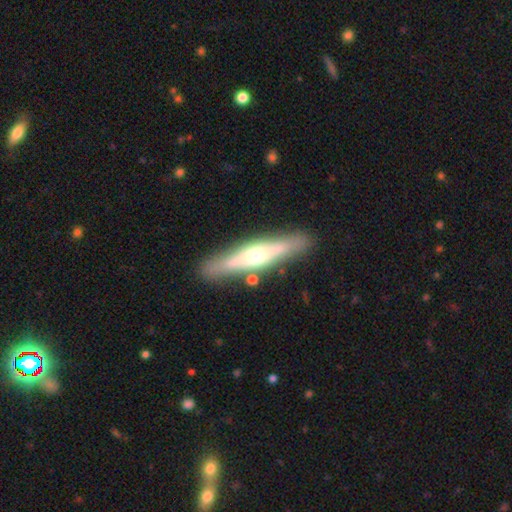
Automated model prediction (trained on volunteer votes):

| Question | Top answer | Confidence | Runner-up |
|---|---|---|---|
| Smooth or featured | featured or disk | 61% | smooth (34%) |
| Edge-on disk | yes | 83% | no (17%) |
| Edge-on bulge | rounded | 86% | none (9%) |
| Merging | none | 83% | minor disturbance (11%) |